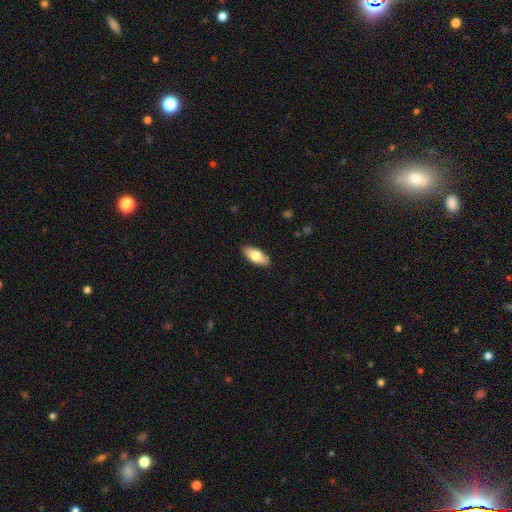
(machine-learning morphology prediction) smooth_or_featured: smooth (p=0.75) [alt: featured or disk p=0.19]
how_rounded: in between (p=0.85) [alt: cigar-shaped p=0.12]
merging: none (p=0.89) [alt: minor disturbance p=0.09]